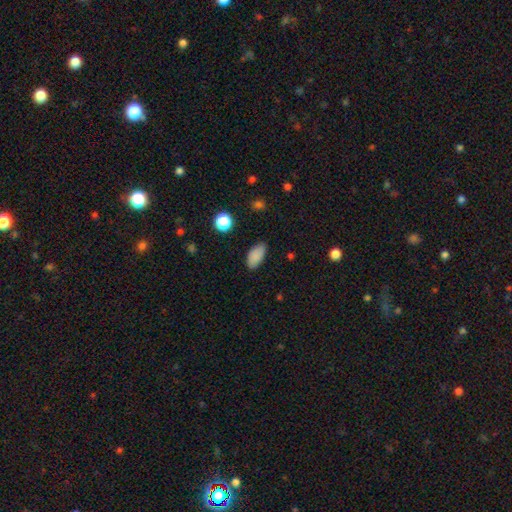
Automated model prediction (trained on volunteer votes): smooth 86%, star or artifact 9%, featured or disk 5%. Down the decision tree: how rounded — in between (92%); merging — none (82%).